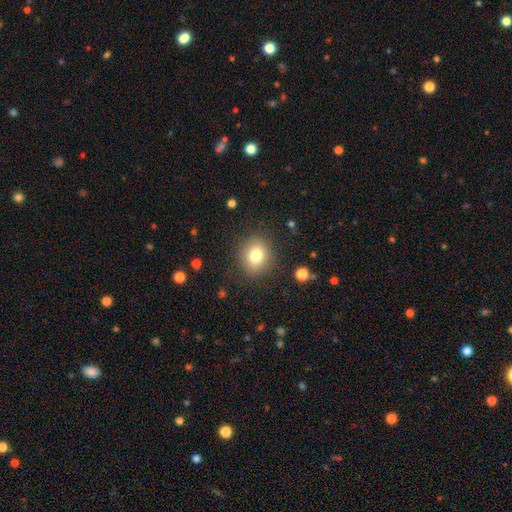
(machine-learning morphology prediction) Q: Smooth or featured?
A: smooth (79%); runner-up: star or artifact (12%)
Q: How rounded?
A: round (73%); runner-up: in between (26%)
Q: Merging?
A: none (86%); runner-up: minor disturbance (9%)